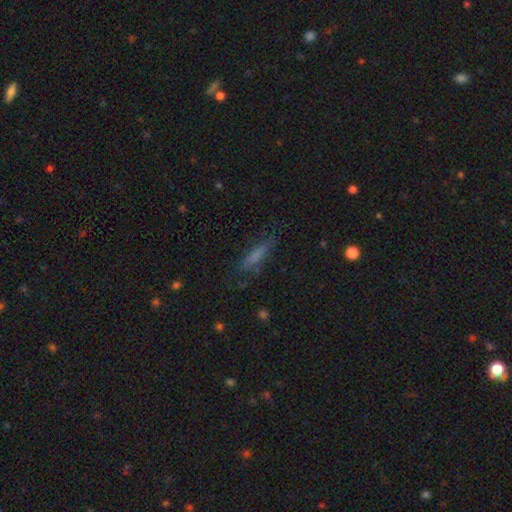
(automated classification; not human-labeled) A smooth galaxy with no disk features (66%) that is cigar-shaped (82%).

Vote fractions:
- Smooth or featured? smooth: 66% / featured or disk: 23% / star or artifact: 11%
- How rounded? cigar-shaped: 82% / in between: 15% / round: 2%
- Merging? none: 76% / minor disturbance: 16% / major disturbance: 6% / merger: 2%